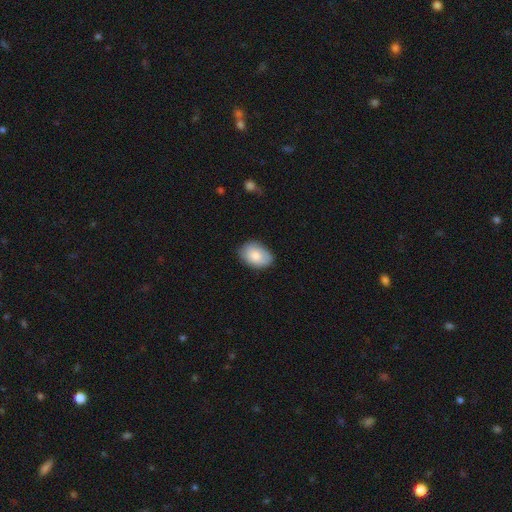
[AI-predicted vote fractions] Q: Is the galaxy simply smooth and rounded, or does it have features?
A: smooth — 82%.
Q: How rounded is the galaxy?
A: in between — 84%.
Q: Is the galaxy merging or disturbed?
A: none — 78%.